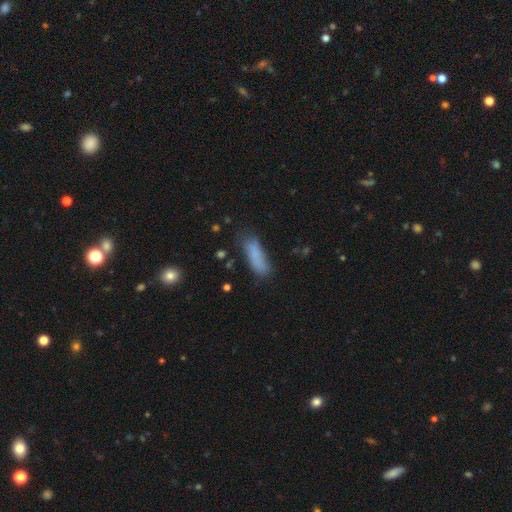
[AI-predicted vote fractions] Smooth or featured?
  - smooth: 81% *
  - featured or disk: 10%
  - star or artifact: 9%
How rounded?
  - in between: 50% *
  - cigar-shaped: 47%
  - round: 2%
Merging?
  - none: 59% *
  - minor disturbance: 27%
  - major disturbance: 10%
  - merger: 4%